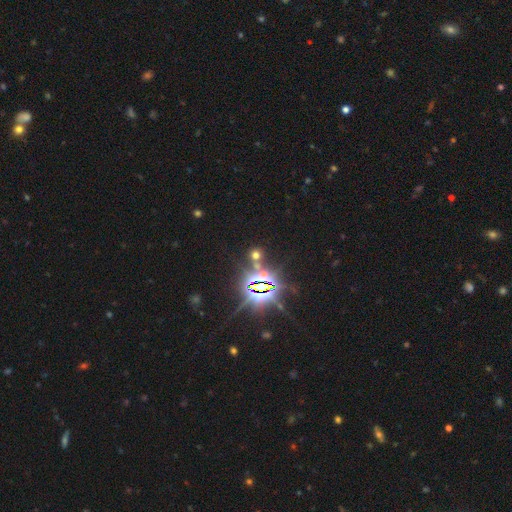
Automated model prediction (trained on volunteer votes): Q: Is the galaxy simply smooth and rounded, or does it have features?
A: star or artifact — 59%.